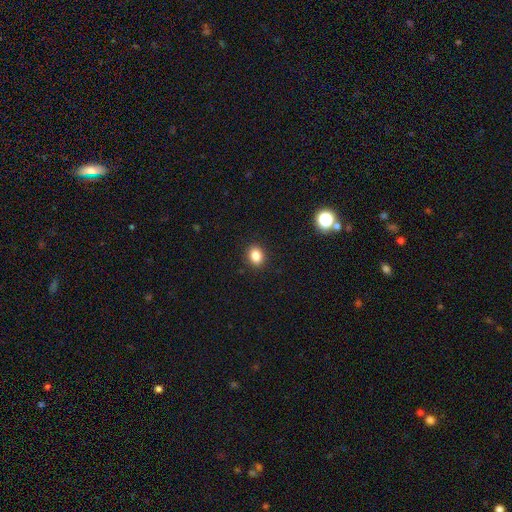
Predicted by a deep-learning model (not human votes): smooth 85%, star or artifact 10%, featured or disk 4%. Down the decision tree: how rounded — round (54%); merging — none (91%).